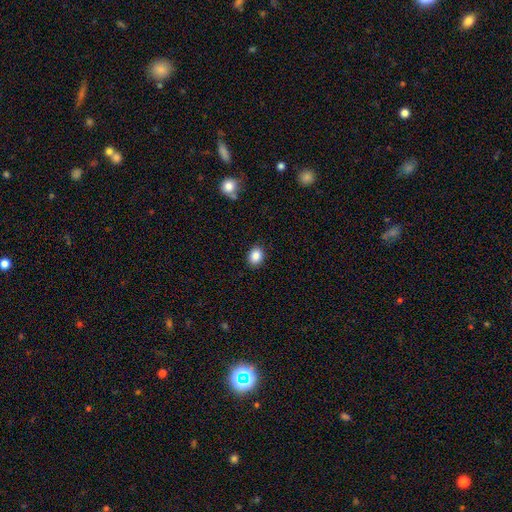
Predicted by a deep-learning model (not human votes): Overall: smooth (87%). How rounded: in between (56%; round 43%). Merging: none (89%).